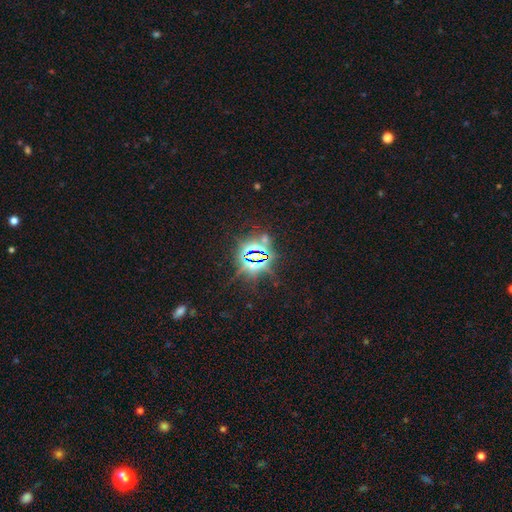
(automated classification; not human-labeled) Smooth or featured? star or artifact (83%)